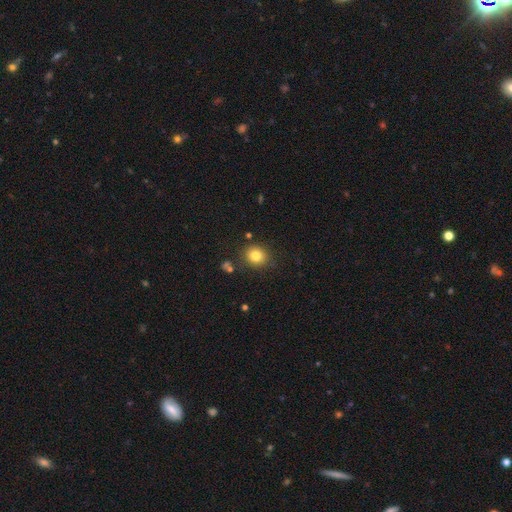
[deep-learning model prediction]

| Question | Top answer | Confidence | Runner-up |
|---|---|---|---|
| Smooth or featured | smooth | 82% | star or artifact (11%) |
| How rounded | round | 75% | in between (24%) |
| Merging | none | 84% | minor disturbance (10%) |